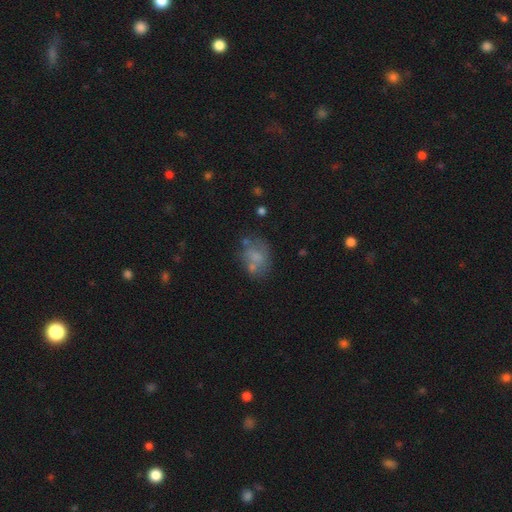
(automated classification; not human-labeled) Morphology: type=smooth (58%); roundness=in between (61%); merging=none (48%).